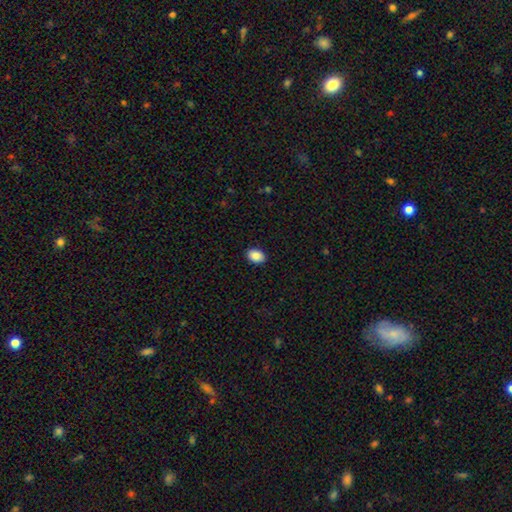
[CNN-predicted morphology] Overall: smooth (87%). How rounded: in between (76%). Merging: none (90%).